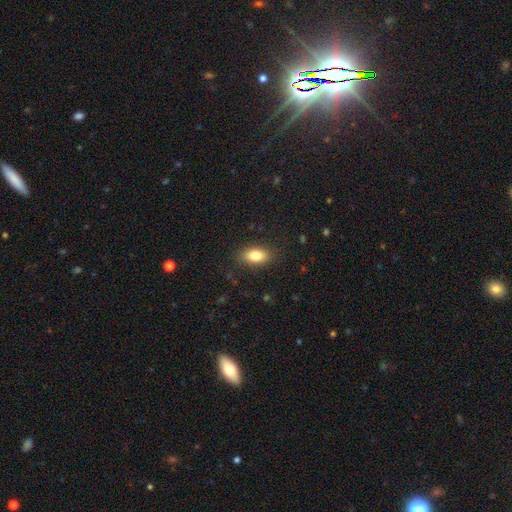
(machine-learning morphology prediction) smooth-or-featured: smooth: 81% | featured or disk: 11% | star or artifact: 8%
  how-rounded: in between: 87% | round: 8% | cigar-shaped: 5%
  merging: none: 85% | minor disturbance: 11% | major disturbance: 3% | merger: 1%